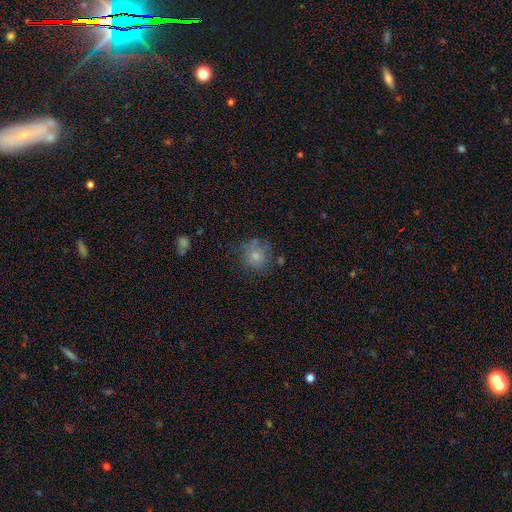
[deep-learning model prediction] Smooth or featured? smooth (73%)
How rounded? round (85%)
Merging? none (64%)